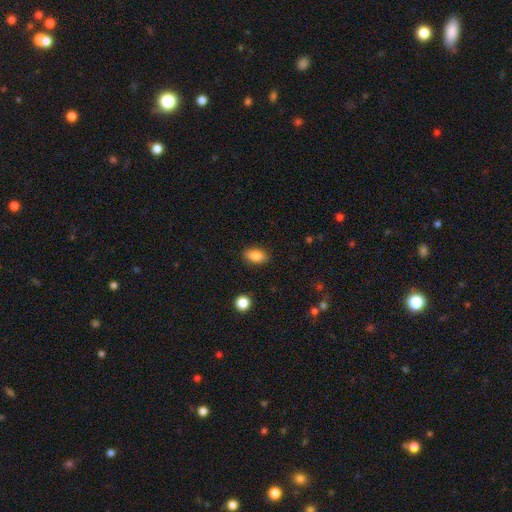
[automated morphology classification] Smooth or featured: smooth — 86% (star or artifact — 8%)
How rounded: in between — 88% (round — 9%)
Merging: none — 87% (minor disturbance — 9%)